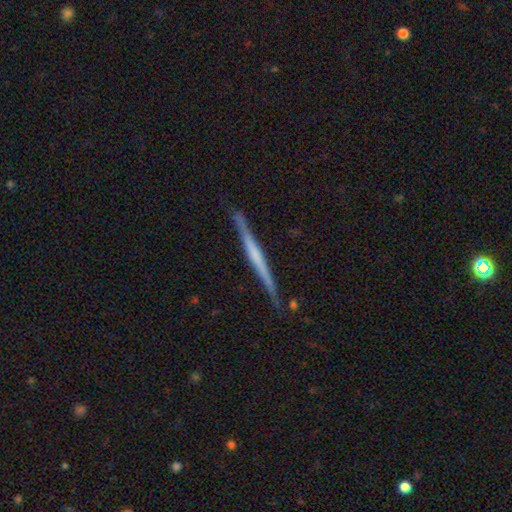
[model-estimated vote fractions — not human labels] The model was most divided on "edge-on bulge": none: 62%, rounded: 24%, boxy: 15%. More confident: edge-on disk — yes (98%); merging — none (88%); smooth or featured — featured or disk (68%).